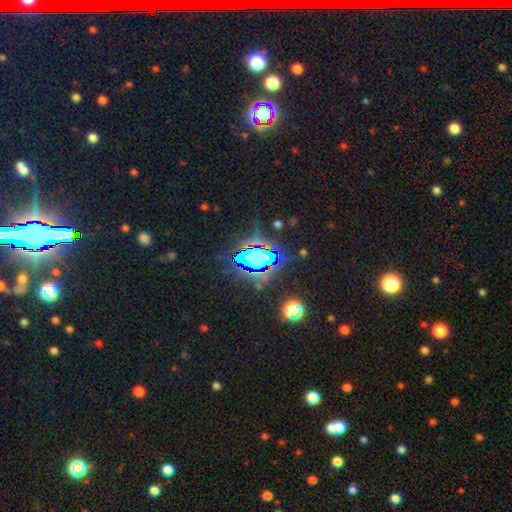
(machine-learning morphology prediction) The model was most divided on "smooth or featured": star or artifact: 67%, smooth: 19%, featured or disk: 14%.